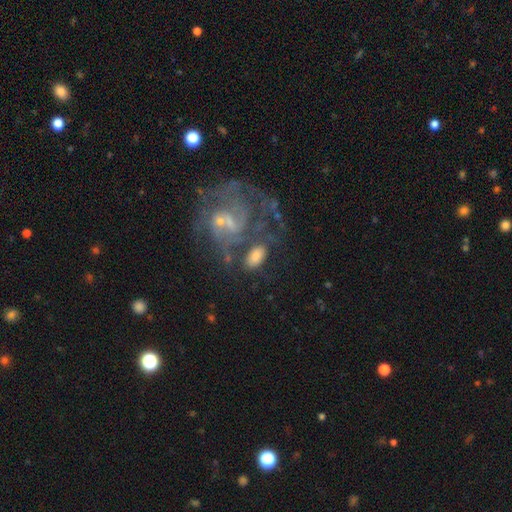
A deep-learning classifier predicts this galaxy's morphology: A featured or disk galaxy (54%) with no bar (50%), spiral arms (78%) and a small central bulge (50%).

Vote fractions:
- Smooth or featured? featured or disk: 54% / smooth: 35% / star or artifact: 11%
- Edge-on disk? no: 95% / yes: 5%
- Bar? no: 50% / weak: 35% / strong: 14%
- Spiral arms? yes: 78% / no: 22%
- Bulge size? small: 50% / moderate: 31% / none: 10% / large: 7% / dominant: 2%
- Merging? none: 39% / merger: 33% / minor disturbance: 15% / major disturbance: 12%